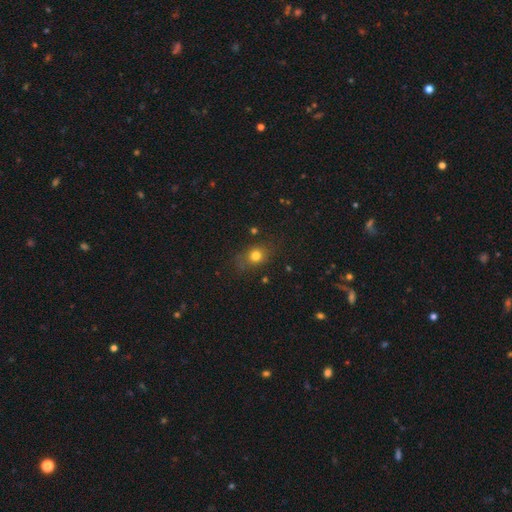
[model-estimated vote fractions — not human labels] This appears to be a smooth galaxy with no disk features (75%) that is round (58%). Merging: none (76%).